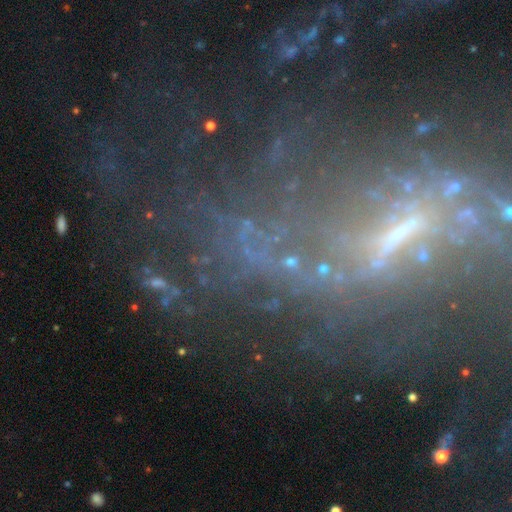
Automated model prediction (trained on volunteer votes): This appears to be a featured or disk galaxy (49%). Merging: none (54%).